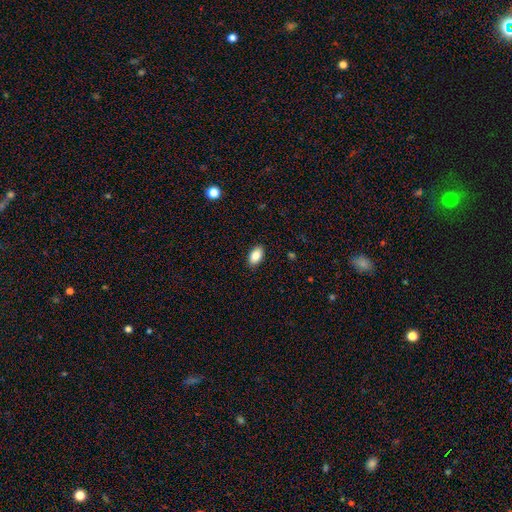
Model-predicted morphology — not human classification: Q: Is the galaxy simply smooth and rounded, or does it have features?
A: smooth — 87%.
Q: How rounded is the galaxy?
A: in between — 93%.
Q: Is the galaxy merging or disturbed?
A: none — 89%.